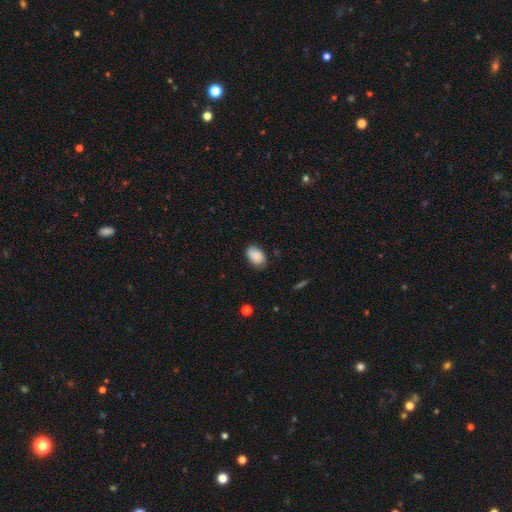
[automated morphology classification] Smooth or featured: smooth — 85% (featured or disk — 8%)
How rounded: in between — 87% (round — 12%)
Merging: none — 78% (minor disturbance — 18%)